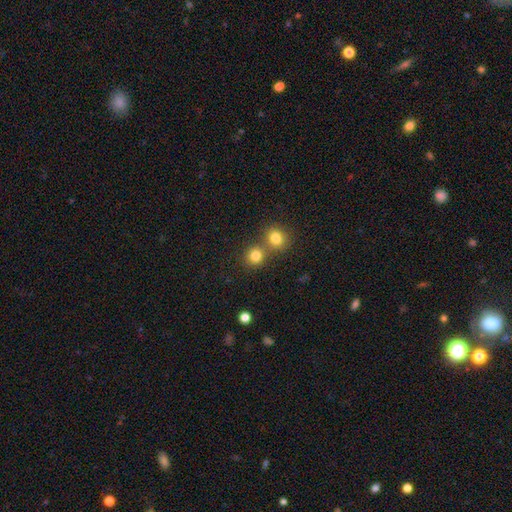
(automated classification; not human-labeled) Smooth or featured?
  - smooth: 81% *
  - star or artifact: 13%
  - featured or disk: 6%
How rounded?
  - round: 88% *
  - in between: 11%
  - cigar-shaped: 1%
Merging?
  - none: 61% *
  - merger: 30%
  - minor disturbance: 6%
  - major disturbance: 2%